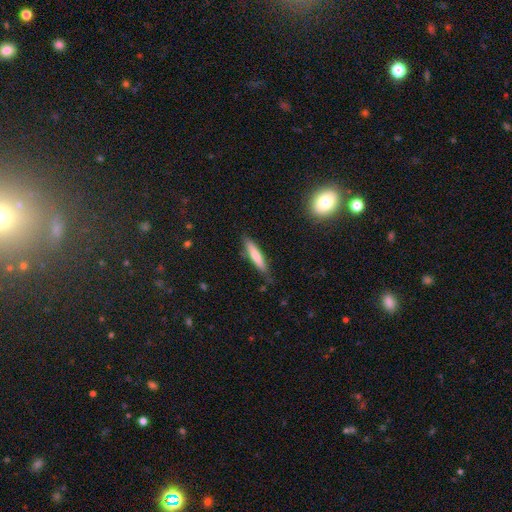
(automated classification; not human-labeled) A smooth galaxy with no disk features (73%) that is cigar-shaped (87%). Merging: none (79%).